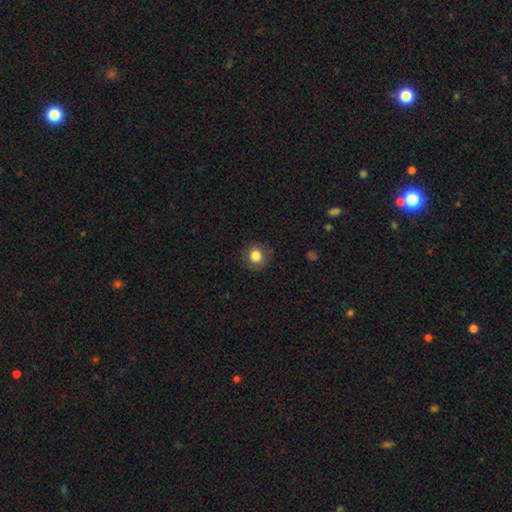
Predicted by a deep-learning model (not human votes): This appears to be a smooth galaxy with no disk features (83%) that is round (91%). Merging: none (84%).